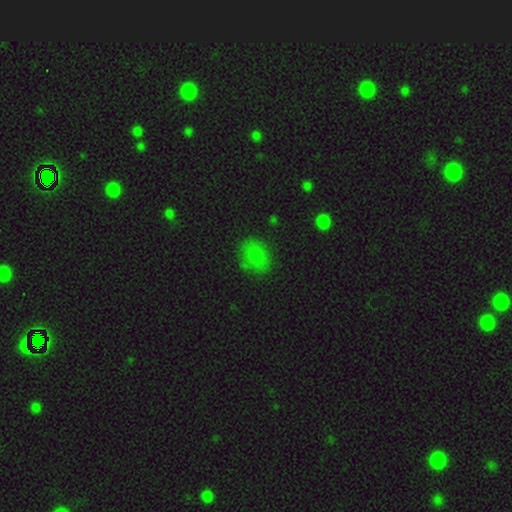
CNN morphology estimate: Smooth or featured? Predicted: smooth (p=0.78). How rounded? Predicted: in between (p=0.51). Merging? Predicted: none (p=0.76).